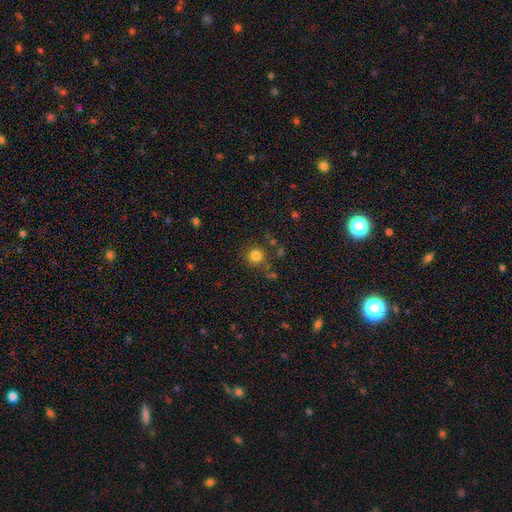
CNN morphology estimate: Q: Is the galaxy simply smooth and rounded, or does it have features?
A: smooth — 81%.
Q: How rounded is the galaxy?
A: round — 94%.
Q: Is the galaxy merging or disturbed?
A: none — 82%.